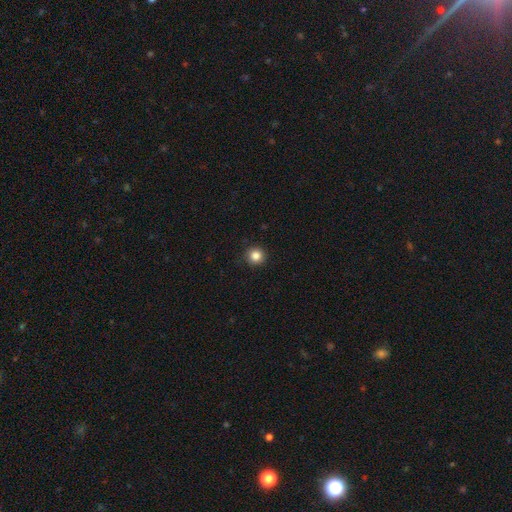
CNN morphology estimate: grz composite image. It shows a smooth galaxy with no disk features (85%) that is round (95%). Merging: none (92%).